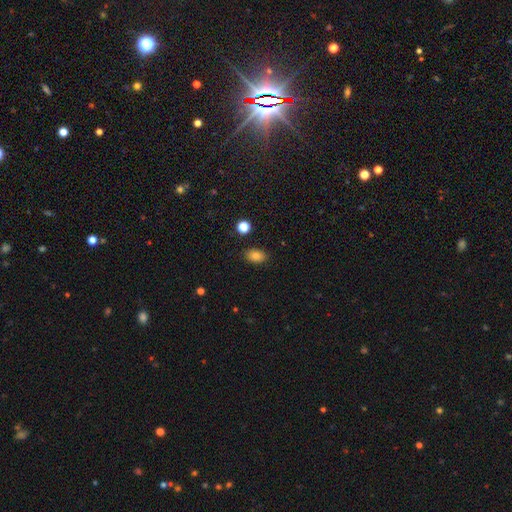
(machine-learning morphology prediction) type=smooth (83%); roundness=in between (83%); merging=none (87%).